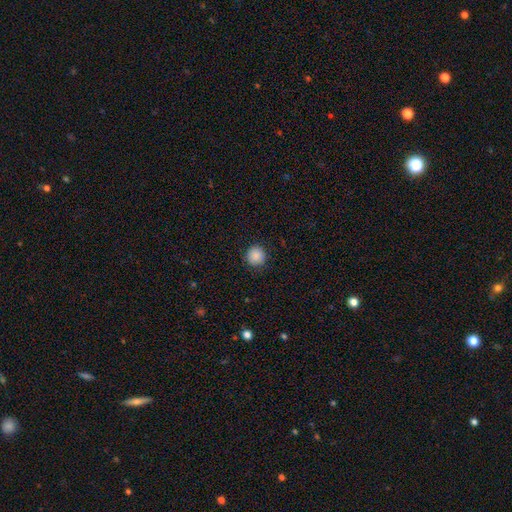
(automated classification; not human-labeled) A smooth galaxy with no disk features (87%) that is round (93%). Merging: none (89%).